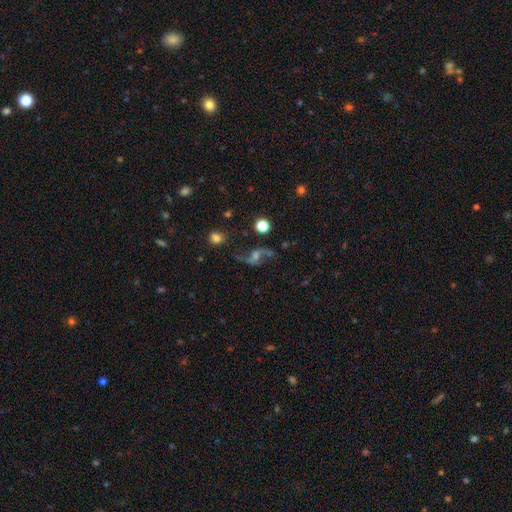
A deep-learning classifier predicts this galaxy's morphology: Smooth or featured? Predicted: featured or disk (p=0.72). Edge-on disk? Predicted: no (p=0.94). Bar? Predicted: no (p=0.50). Spiral arms? Predicted: yes (p=0.92). Spiral winding? Predicted: loose (p=0.86). Spiral arm count? Predicted: 2 (p=0.91). Bulge size? Predicted: moderate (p=0.37, tied with small). Merging? Predicted: none (p=0.69).